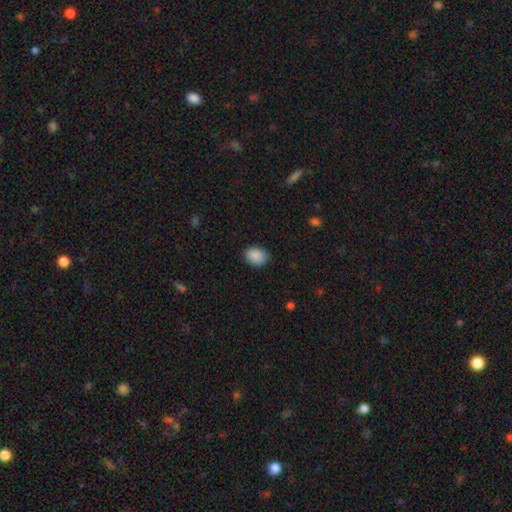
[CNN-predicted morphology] smooth_or_featured: smooth (p=0.90) [alt: star or artifact p=0.07]
how_rounded: in between (p=0.65) [alt: round p=0.34]
merging: none (p=0.85) [alt: minor disturbance p=0.12]